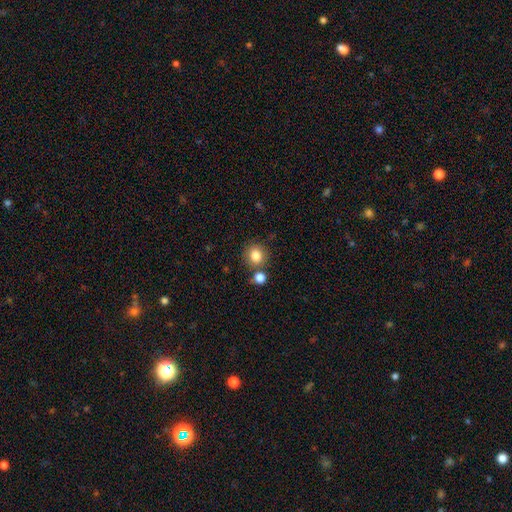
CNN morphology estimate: Smooth or featured?
  - smooth: 83% *
  - star or artifact: 11%
  - featured or disk: 6%
How rounded?
  - round: 82% *
  - in between: 17%
  - cigar-shaped: 1%
Merging?
  - none: 71% *
  - merger: 16%
  - minor disturbance: 10%
  - major disturbance: 3%